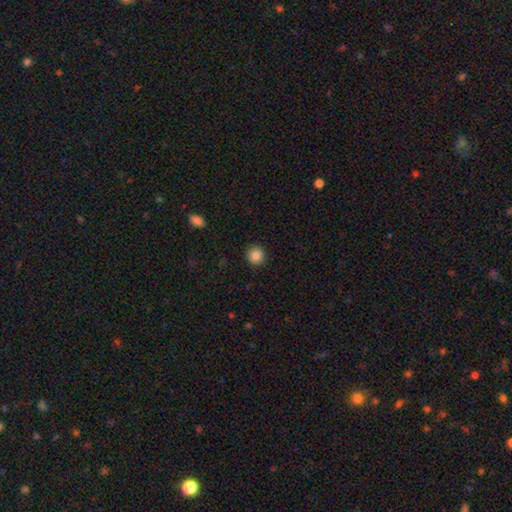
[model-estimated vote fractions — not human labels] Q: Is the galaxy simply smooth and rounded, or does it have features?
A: smooth — 86%.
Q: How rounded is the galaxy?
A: round — 92%.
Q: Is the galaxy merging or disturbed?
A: none — 91%.